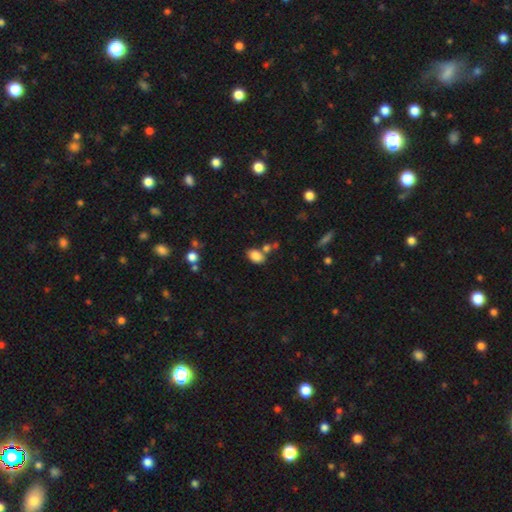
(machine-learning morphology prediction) Smooth or featured?
  - smooth: 84% *
  - star or artifact: 10%
  - featured or disk: 7%
How rounded?
  - in between: 85% *
  - round: 14%
  - cigar-shaped: 1%
Merging?
  - none: 60% *
  - merger: 21%
  - minor disturbance: 15%
  - major disturbance: 5%